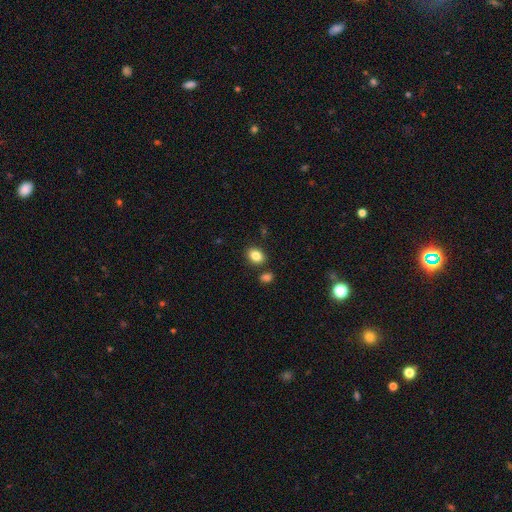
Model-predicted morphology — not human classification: smooth-or-featured: smooth: 84% | star or artifact: 9% | featured or disk: 6%
  how-rounded: in between: 64% | round: 35% | cigar-shaped: 1%
  merging: none: 82% | minor disturbance: 9% | merger: 6% | major disturbance: 3%